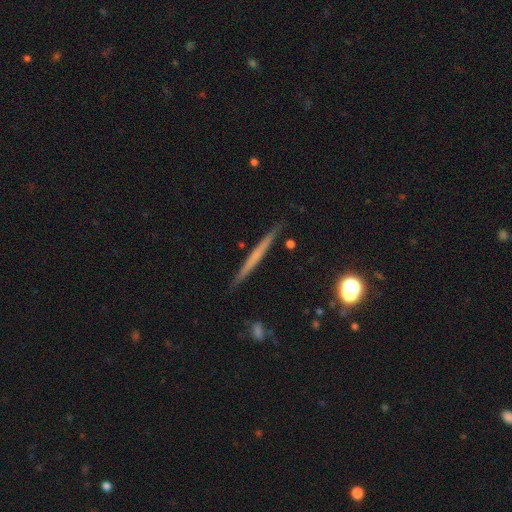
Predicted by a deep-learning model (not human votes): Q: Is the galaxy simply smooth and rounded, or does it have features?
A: featured or disk — 50%.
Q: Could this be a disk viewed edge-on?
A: yes — 97%.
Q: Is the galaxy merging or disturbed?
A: none — 90%.